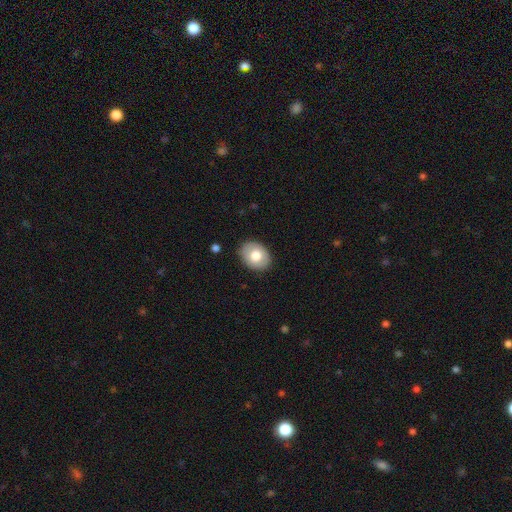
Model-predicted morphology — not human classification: A smooth galaxy with no disk features (75%) that is in between round and cigar-shaped (65%).

Vote fractions:
- Smooth or featured? smooth: 75% / featured or disk: 18% / star or artifact: 7%
- How rounded? in between: 65% / round: 34% / cigar-shaped: 1%
- Merging? none: 87% / minor disturbance: 10% / major disturbance: 2% / merger: 1%